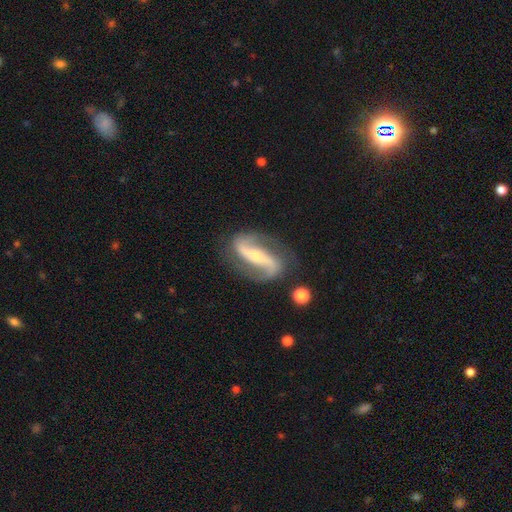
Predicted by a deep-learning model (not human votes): Smooth or featured? featured or disk (89%)
Edge-on disk? no (95%)
Bar? strong (56%)
Spiral arms? yes (97%)
Spiral winding? loose (49%)
Spiral arm count? 2 (94%)
Bulge size? small (54%)
Merging? none (81%)